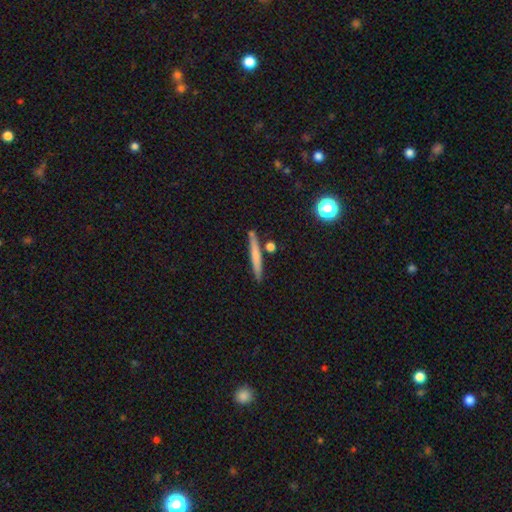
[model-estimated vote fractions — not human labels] smooth_or_featured: smooth (p=0.65) [alt: featured or disk p=0.28]
how_rounded: cigar-shaped (p=0.95) [alt: in between p=0.03]
merging: none (p=0.83) [alt: minor disturbance p=0.09]